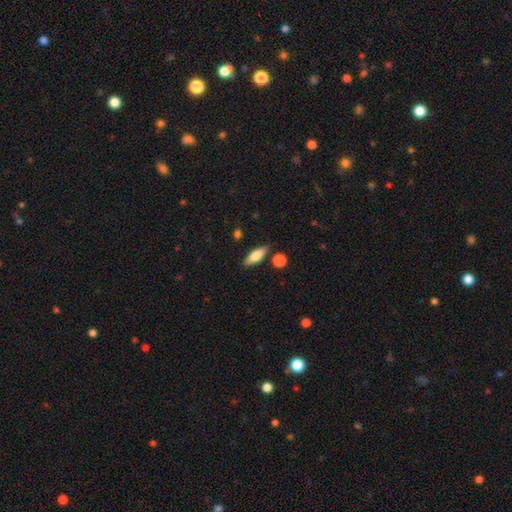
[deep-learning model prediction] Smooth or featured? Predicted: smooth (p=0.75). How rounded? Predicted: in between (p=0.65). Merging? Predicted: none (p=0.82).